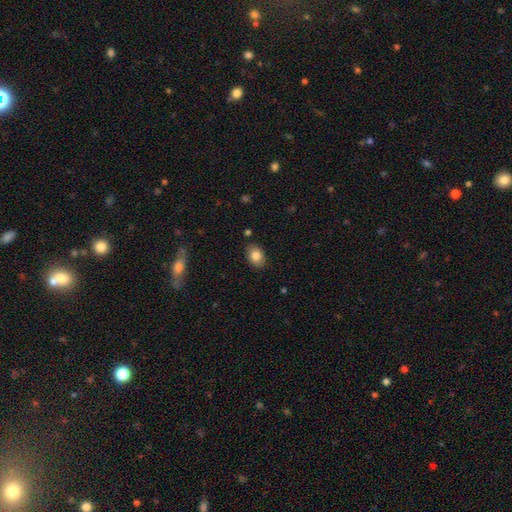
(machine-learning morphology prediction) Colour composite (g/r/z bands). It shows a smooth galaxy with no disk features (84%) that is in between round and cigar-shaped (79%). Merging: none (85%).